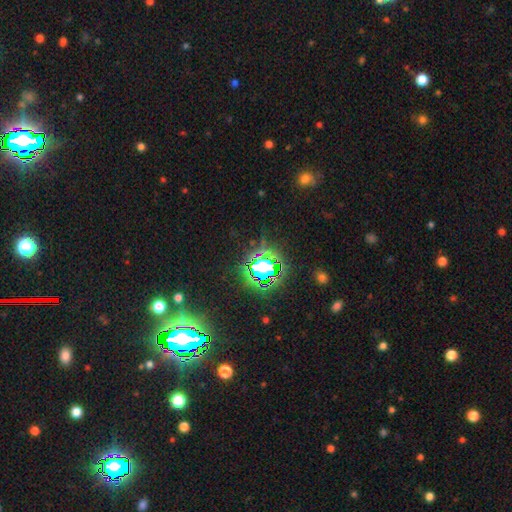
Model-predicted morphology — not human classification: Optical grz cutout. It shows a star or artifact, not a galaxy (74%).